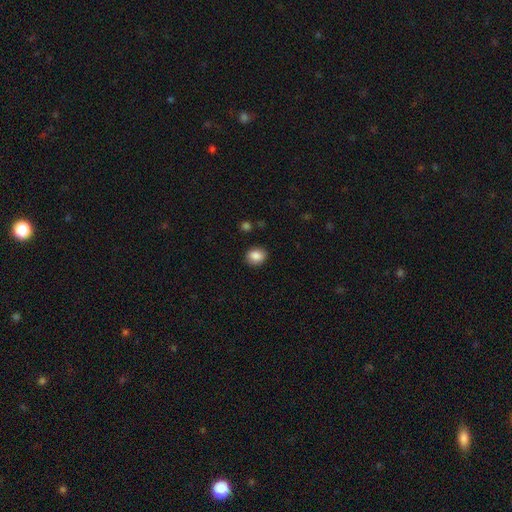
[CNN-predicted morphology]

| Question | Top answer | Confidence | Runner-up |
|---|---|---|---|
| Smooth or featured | smooth | 88% | star or artifact (8%) |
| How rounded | round | 60% | in between (39%) |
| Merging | none | 88% | minor disturbance (8%) |